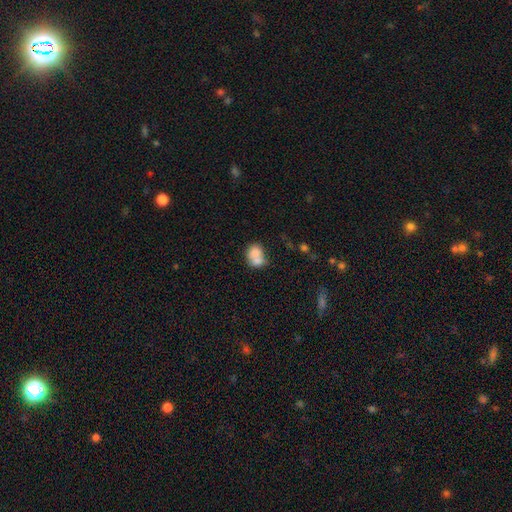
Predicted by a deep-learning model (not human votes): Overall: smooth (74%). How rounded: round (52%; in between 47%). Merging: merger (62%; none 25%).